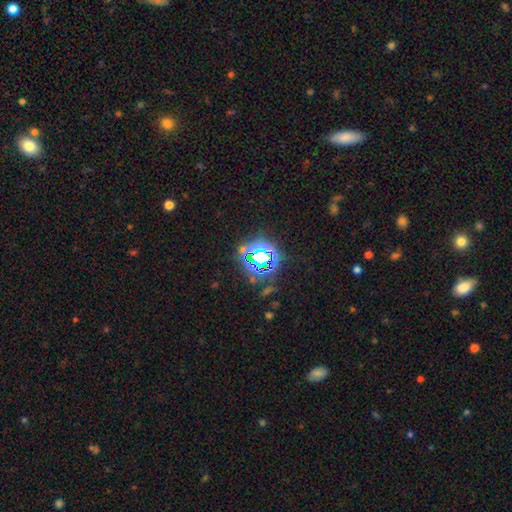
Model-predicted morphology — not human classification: Q: Smooth or featured?
A: star or artifact (78%); runner-up: smooth (13%)